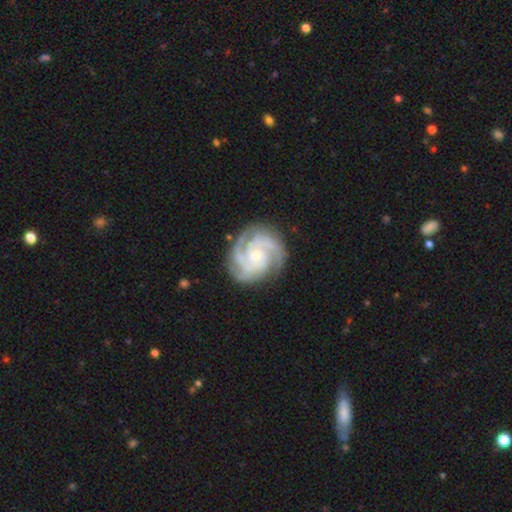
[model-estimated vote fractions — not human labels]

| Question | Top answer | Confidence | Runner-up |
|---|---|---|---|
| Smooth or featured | featured or disk | 92% | star or artifact (4%) |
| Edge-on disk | no | 98% | yes (2%) |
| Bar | no | 70% | weak (23%) |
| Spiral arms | yes | 99% | no (1%) |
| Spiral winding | tight | 69% | medium (28%) |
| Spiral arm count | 3 | 52% | 2 (16%) |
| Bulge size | small | 65% | moderate (30%) |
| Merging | none | 82% | minor disturbance (13%) |